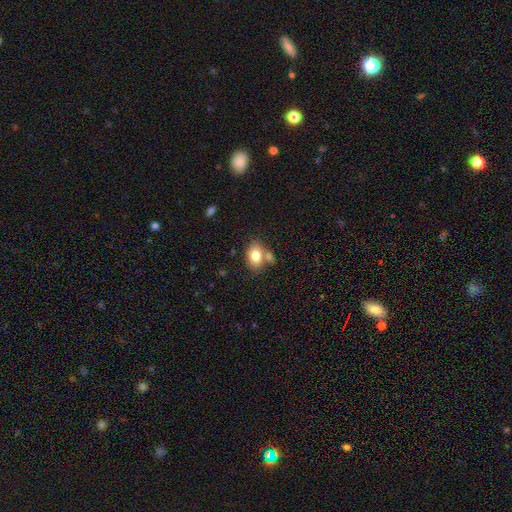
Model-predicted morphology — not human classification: Smooth or featured?
  - smooth: 80% *
  - featured or disk: 11%
  - star or artifact: 8%
How rounded?
  - in between: 79% *
  - round: 20%
  - cigar-shaped: 1%
Merging?
  - none: 54% *
  - merger: 28%
  - minor disturbance: 14%
  - major disturbance: 4%